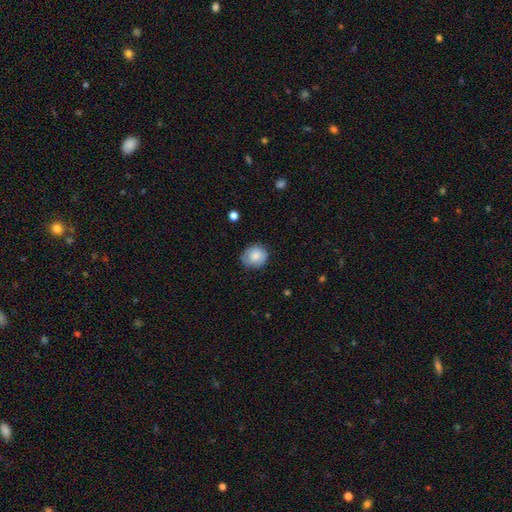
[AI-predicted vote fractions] This is clearly a smooth galaxy (80%). How rounded: likely round (78%). Merging: likely none (74%).